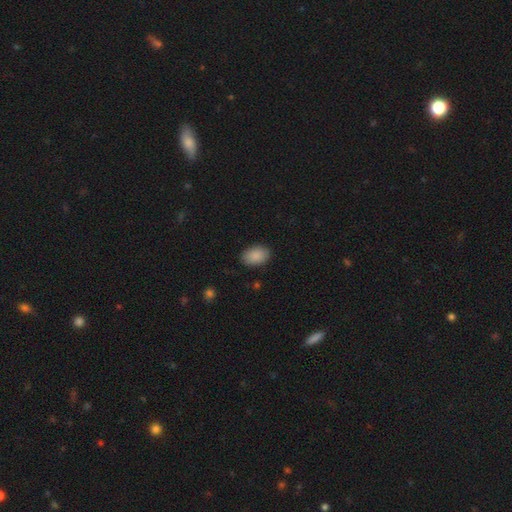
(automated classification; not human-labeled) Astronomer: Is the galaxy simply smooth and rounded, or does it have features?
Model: smooth — 89%.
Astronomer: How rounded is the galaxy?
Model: in between — 89%.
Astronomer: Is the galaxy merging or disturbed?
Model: none — 87%.